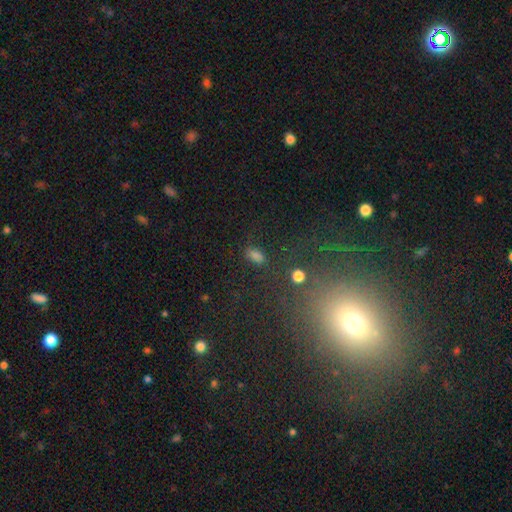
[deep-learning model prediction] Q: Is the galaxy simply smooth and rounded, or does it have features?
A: smooth — 77%.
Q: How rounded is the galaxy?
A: in between — 86%.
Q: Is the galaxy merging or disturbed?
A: none — 79%.